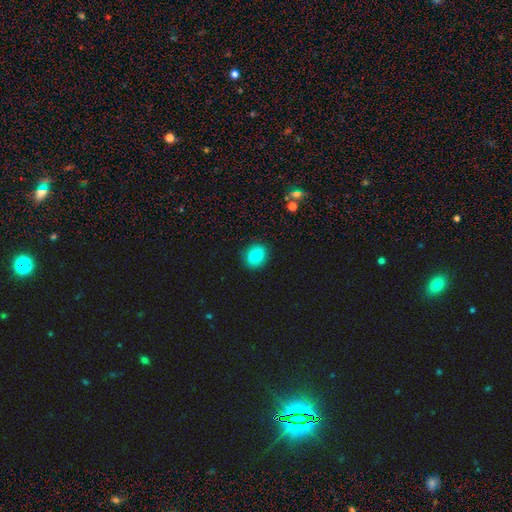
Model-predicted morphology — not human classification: A smooth galaxy with no disk features (81%) that is round (59%). Merging: none (88%).